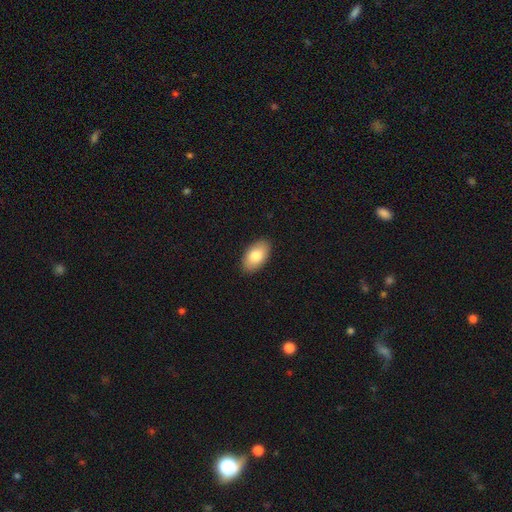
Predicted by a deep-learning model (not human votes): This appears to be a smooth galaxy with no disk features (81%) that is in between round and cigar-shaped (94%). Merging: none (89%).